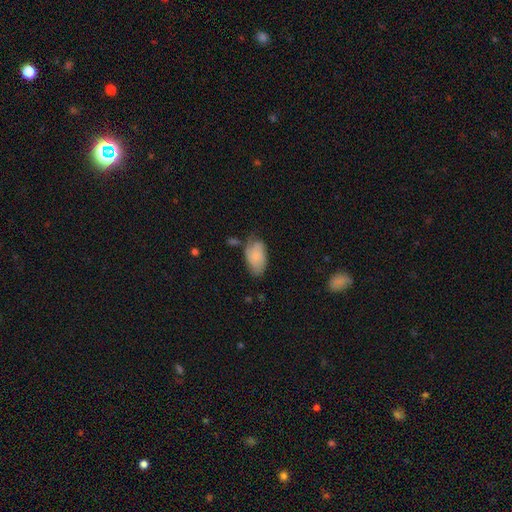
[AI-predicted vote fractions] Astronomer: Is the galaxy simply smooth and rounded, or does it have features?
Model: smooth — 73%.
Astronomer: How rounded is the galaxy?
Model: in between — 93%.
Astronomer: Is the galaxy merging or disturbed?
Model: none — 51% (runner-up: minor disturbance, 33%).